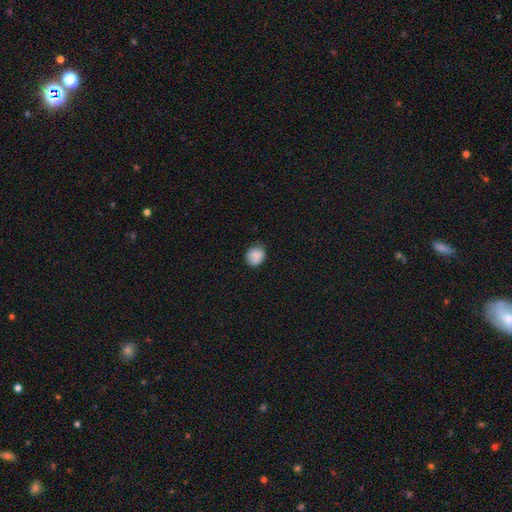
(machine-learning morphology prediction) Overall: smooth (85%). How rounded: round (77%). Merging: none (83%).